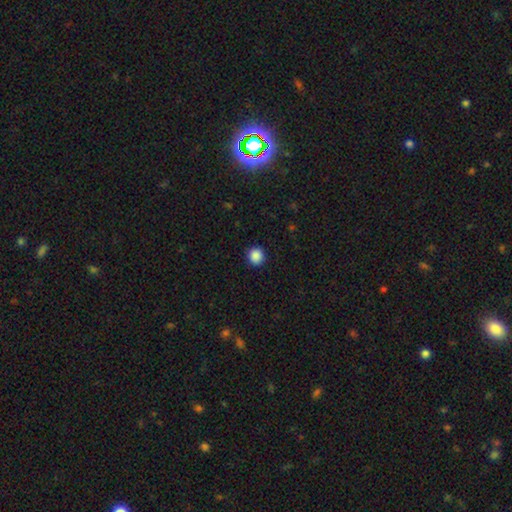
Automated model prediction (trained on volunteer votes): A smooth galaxy with no disk features (88%) that is round (92%).

Vote fractions:
- Smooth or featured? smooth: 88% / star or artifact: 9% / featured or disk: 2%
- How rounded? round: 92% / in between: 7% / cigar-shaped: 1%
- Merging? none: 92% / minor disturbance: 6% / major disturbance: 2% / merger: 1%